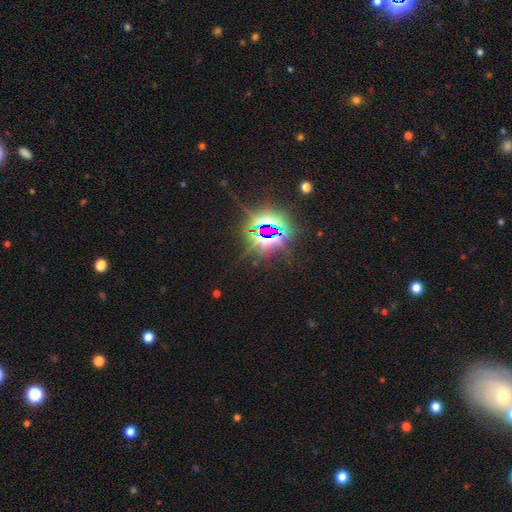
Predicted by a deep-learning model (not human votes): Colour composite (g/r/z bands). It shows a star or artifact, not a galaxy (80%).